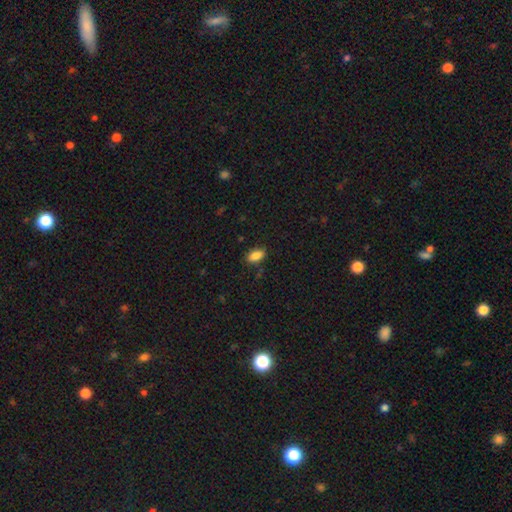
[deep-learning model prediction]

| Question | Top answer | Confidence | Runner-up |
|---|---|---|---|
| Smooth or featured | smooth | 86% | star or artifact (8%) |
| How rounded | in between | 90% | cigar-shaped (5%) |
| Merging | none | 85% | minor disturbance (11%) |